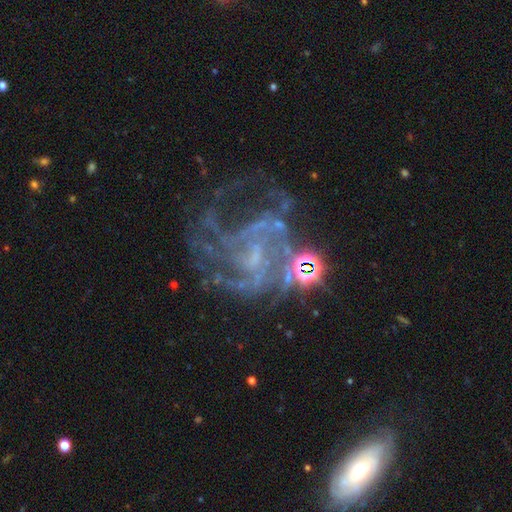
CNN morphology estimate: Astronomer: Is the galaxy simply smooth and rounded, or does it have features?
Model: featured or disk — 78%.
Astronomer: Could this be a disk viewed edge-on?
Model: no — 98%.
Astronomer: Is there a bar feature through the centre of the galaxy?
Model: no — 46% (runner-up: weak, 40%).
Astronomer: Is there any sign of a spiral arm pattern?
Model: yes — 89%.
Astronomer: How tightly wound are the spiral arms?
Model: medium — 46% (runner-up: tight, 30%).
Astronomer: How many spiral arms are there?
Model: can't tell — 31% (runner-up: 3, 21%).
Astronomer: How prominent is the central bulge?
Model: none — 40%, tied with small at 40%.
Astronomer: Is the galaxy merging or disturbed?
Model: none — 45% (runner-up: major disturbance, 32%).